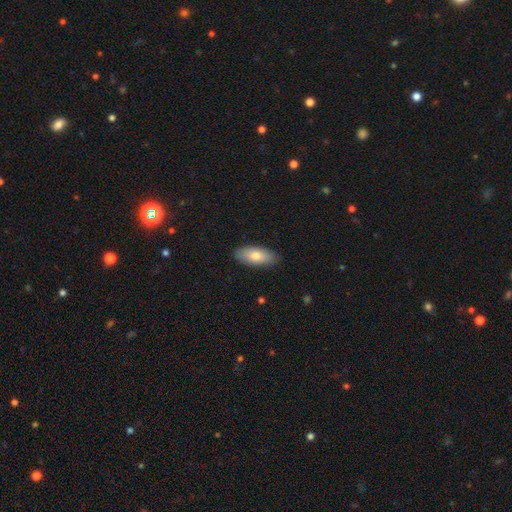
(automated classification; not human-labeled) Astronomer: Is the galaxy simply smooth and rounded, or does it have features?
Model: smooth — 75%.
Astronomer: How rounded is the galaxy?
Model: in between — 83%.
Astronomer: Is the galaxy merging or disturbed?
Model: none — 89%.